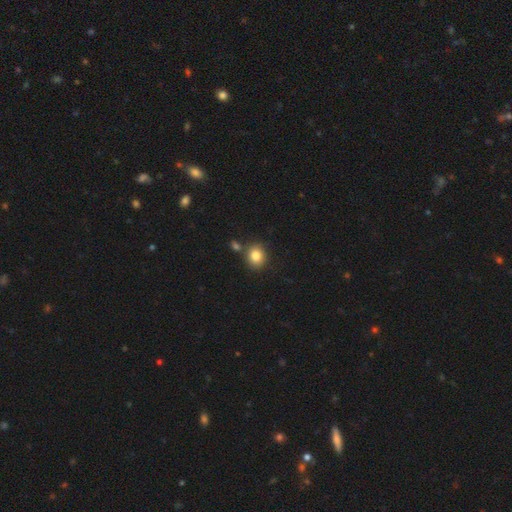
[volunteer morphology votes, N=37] Q: Smooth or featured?
A: smooth (86%); runner-up: featured or disk (8%)
Q: How rounded?
A: round (72%); runner-up: in between (28%)
Q: Merging?
A: none (80%); runner-up: merger (11%)